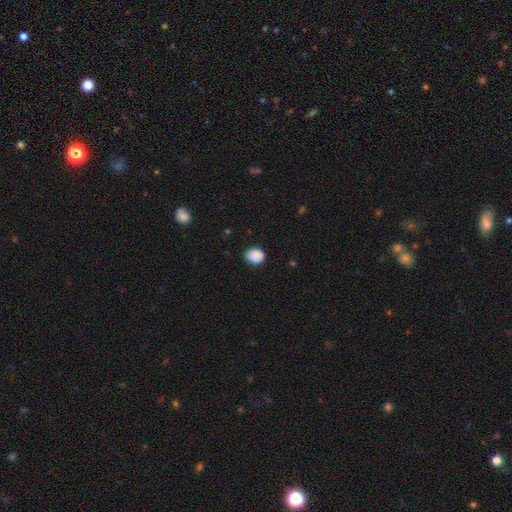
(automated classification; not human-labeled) Morphology: type=smooth (88%); roundness=round (67%); merging=none (78%).